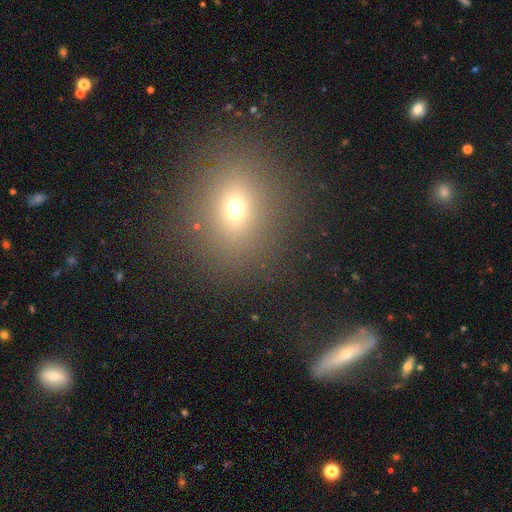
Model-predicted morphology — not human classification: smooth-or-featured: smooth: 59% | star or artifact: 24% | featured or disk: 16%
  how-rounded: round: 59% | in between: 37% | cigar-shaped: 4%
  merging: none: 86% | minor disturbance: 8% | major disturbance: 3% | merger: 3%